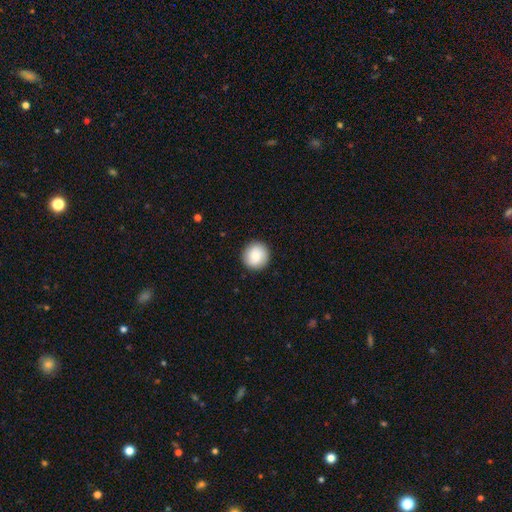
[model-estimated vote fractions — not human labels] This is clearly a smooth galaxy (81%). How rounded: clearly round (93%). Merging: clearly none (91%).